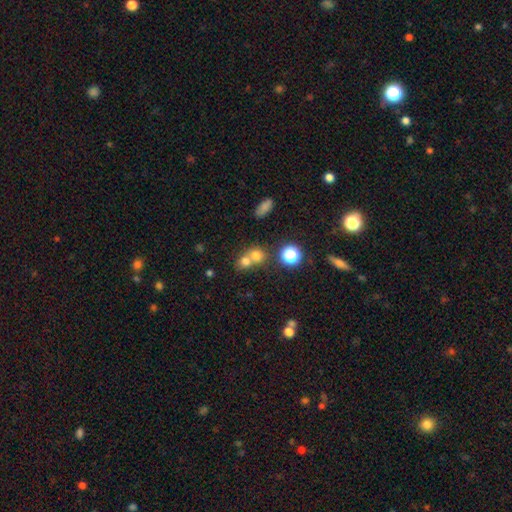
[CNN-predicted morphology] Smooth or featured? smooth (71%)
How rounded? round (78%)
Merging? merger (54%)